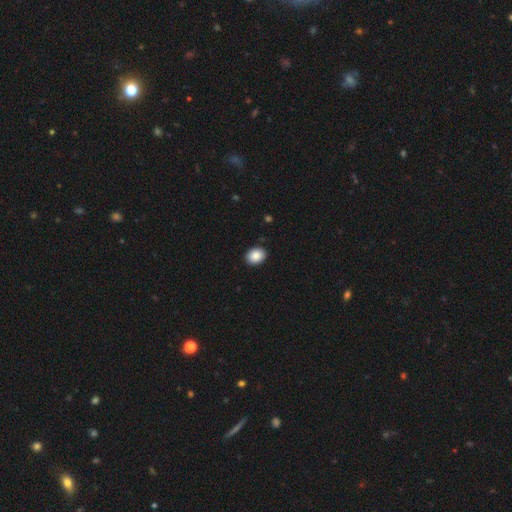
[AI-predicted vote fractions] This is clearly a smooth galaxy (88%). How rounded: possibly in between (59%). Merging: clearly none (91%).